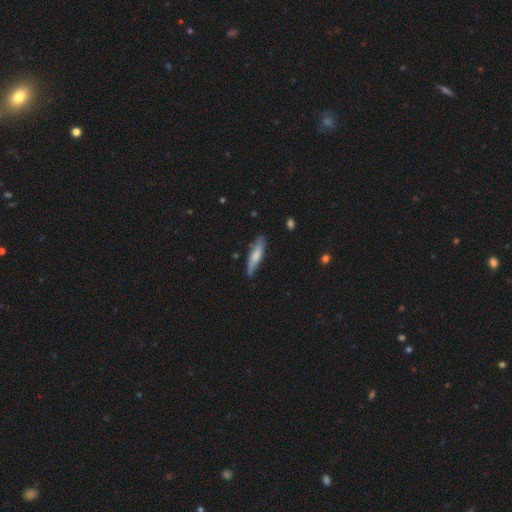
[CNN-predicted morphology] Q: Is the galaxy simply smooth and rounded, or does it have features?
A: smooth — 65%.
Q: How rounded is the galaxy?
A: cigar-shaped — 74%.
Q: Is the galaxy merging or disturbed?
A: none — 65%.